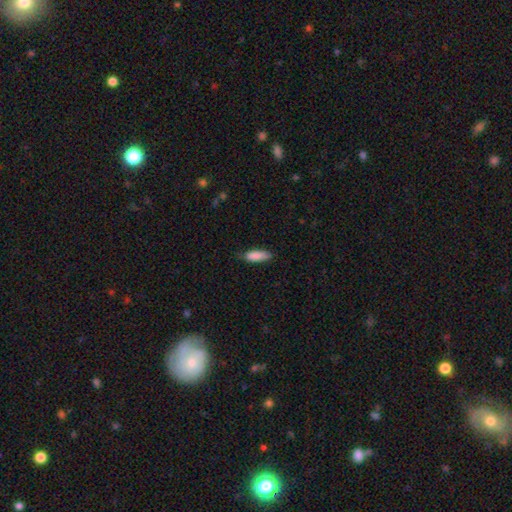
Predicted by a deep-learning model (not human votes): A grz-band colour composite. It shows a smooth galaxy with no disk features (88%) that is in between round and cigar-shaped (57%). Merging: none (73%).